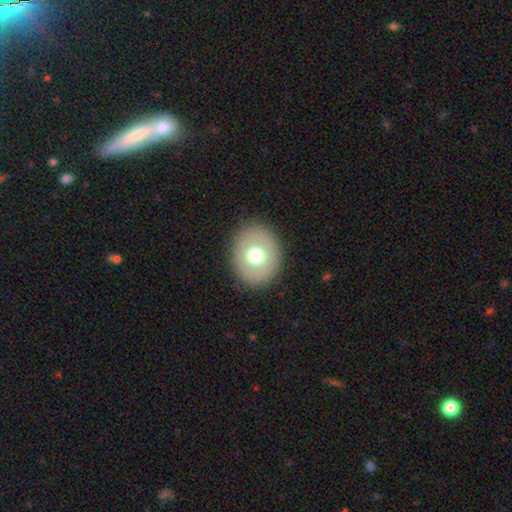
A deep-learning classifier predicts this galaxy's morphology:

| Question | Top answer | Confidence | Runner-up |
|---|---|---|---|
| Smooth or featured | smooth | 67% | featured or disk (23%) |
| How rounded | round | 61% | in between (38%) |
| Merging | none | 88% | minor disturbance (8%) |